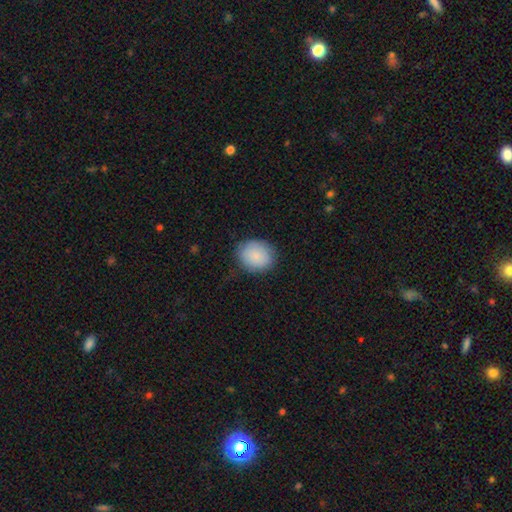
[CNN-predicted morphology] Smooth or featured? smooth (87%)
How rounded? round (59%)
Merging? none (81%)